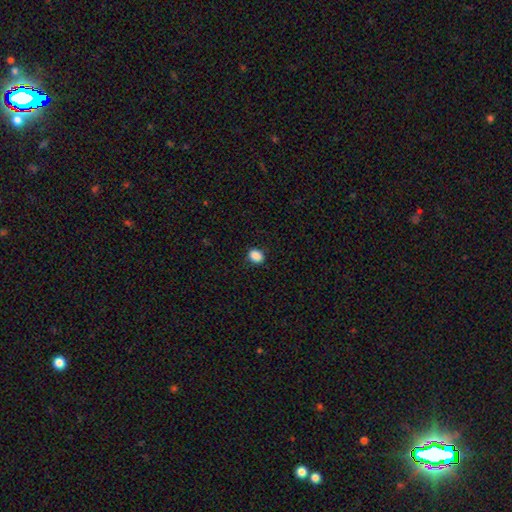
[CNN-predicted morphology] Smooth or featured?
  - smooth: 88% *
  - star or artifact: 9%
  - featured or disk: 3%
How rounded?
  - in between: 56% *
  - round: 43%
  - cigar-shaped: 1%
Merging?
  - none: 88% *
  - minor disturbance: 9%
  - major disturbance: 2%
  - merger: 1%